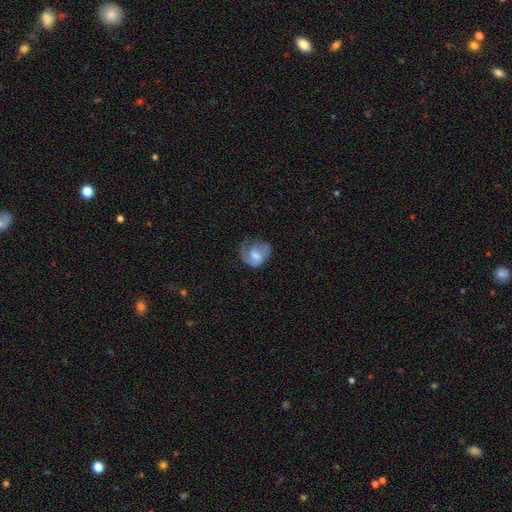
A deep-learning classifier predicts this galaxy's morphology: A featured or disk galaxy (54%) with a weak bar (45%), spiral arms (79%) and a moderate central bulge (41%). Merging: none (39%).